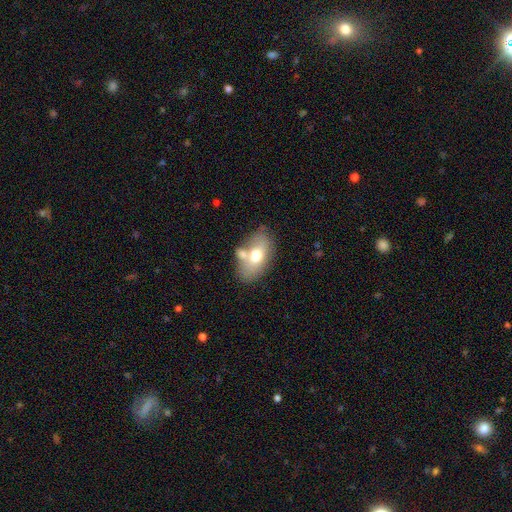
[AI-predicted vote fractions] Smooth or featured: smooth — 64% (featured or disk — 28%)
How rounded: in between — 89% (round — 9%)
Merging: none — 54% (merger — 25%)